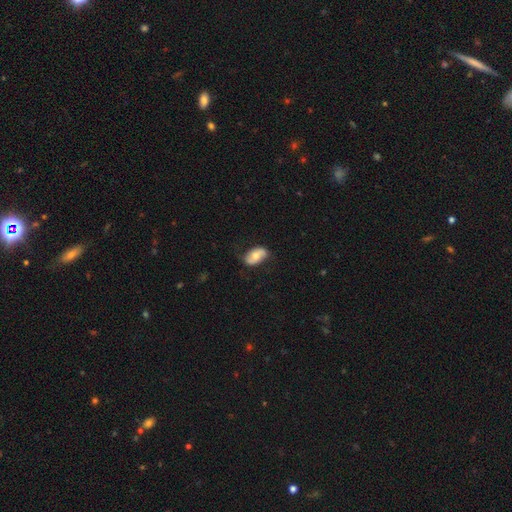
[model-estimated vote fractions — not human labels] Smooth or featured? Predicted: smooth (p=0.50). Merging? Predicted: none (p=0.73).